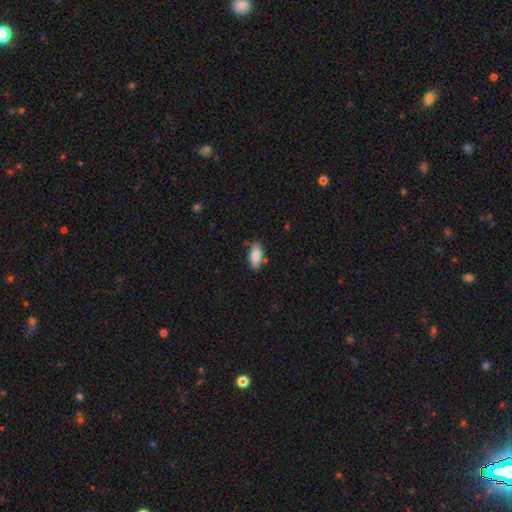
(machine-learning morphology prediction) Overall: smooth (82%). How rounded: in between (81%). Merging: none (78%).